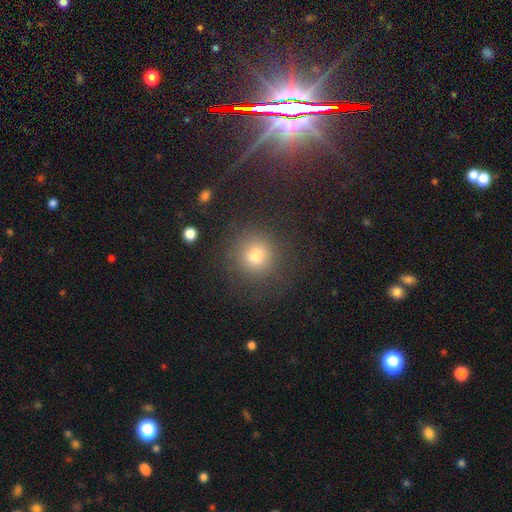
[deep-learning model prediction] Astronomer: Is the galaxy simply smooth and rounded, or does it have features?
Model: smooth — 69%.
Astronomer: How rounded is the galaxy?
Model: round — 93%.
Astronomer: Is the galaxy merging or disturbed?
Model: none — 84%.